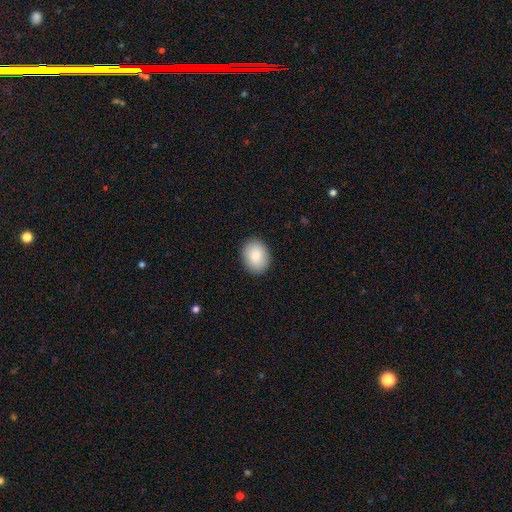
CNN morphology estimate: smooth 87%, star or artifact 6%, featured or disk 6%. Down the decision tree: how rounded — in between (64%); merging — none (89%).